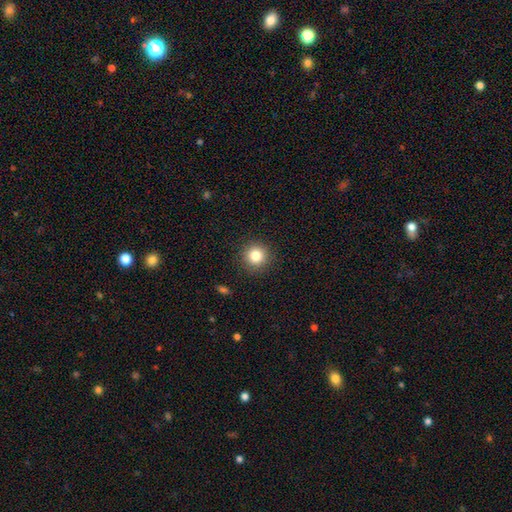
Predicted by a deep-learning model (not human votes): This is clearly a smooth galaxy (83%). How rounded: clearly round (95%). Merging: clearly none (90%).